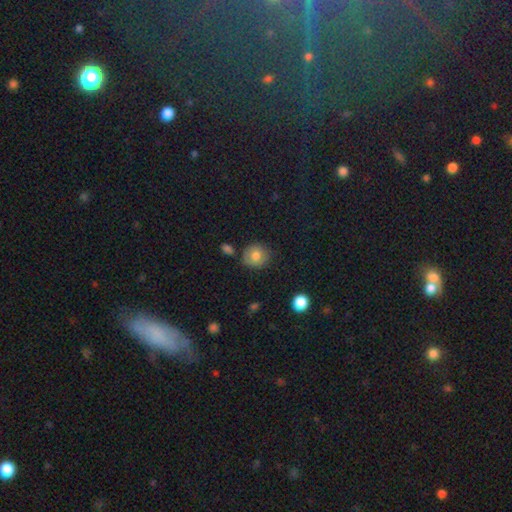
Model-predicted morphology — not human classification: smooth 78%, featured or disk 12%, star or artifact 10%. Down the decision tree: how rounded — round (81%); merging — none (76%).